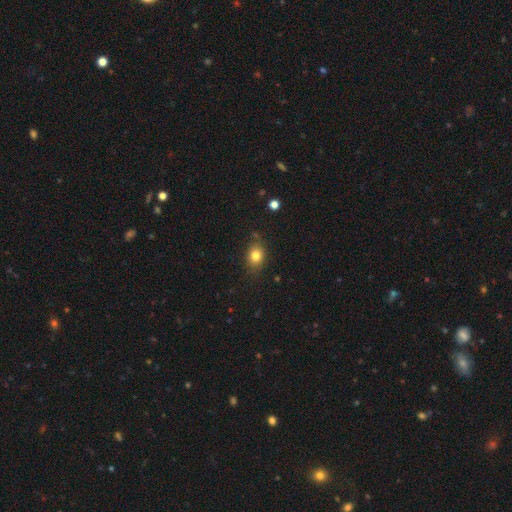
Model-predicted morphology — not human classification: This appears to be a smooth galaxy with no disk features (81%) that is in between round and cigar-shaped (53%). Merging: none (77%).